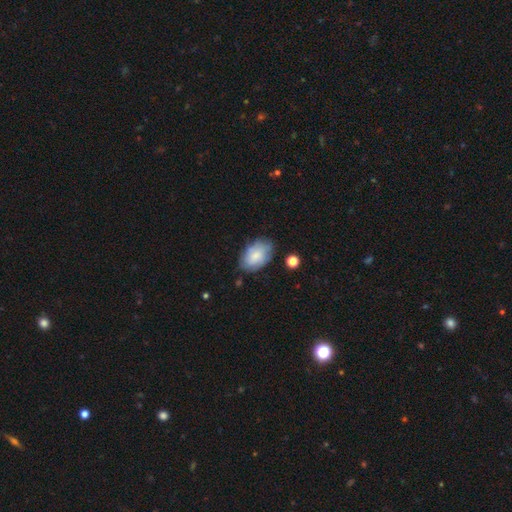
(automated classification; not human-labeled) Overall: smooth (69%). How rounded: in between (90%). Merging: none (70%).